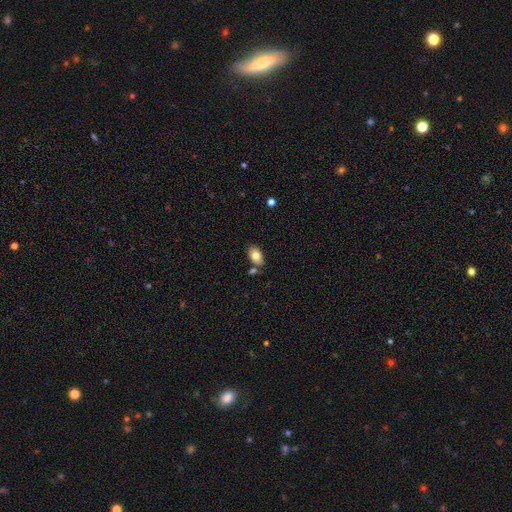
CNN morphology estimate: Smooth or featured?
  - smooth: 78% *
  - featured or disk: 14%
  - star or artifact: 8%
How rounded?
  - in between: 89% *
  - round: 9%
  - cigar-shaped: 1%
Merging?
  - none: 75% *
  - minor disturbance: 13%
  - merger: 10%
  - major disturbance: 3%